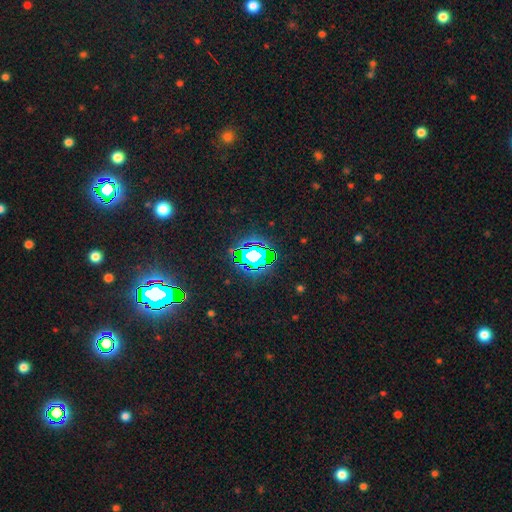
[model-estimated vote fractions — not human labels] smooth-or-featured: star or artifact: 82% | smooth: 11% | featured or disk: 7%